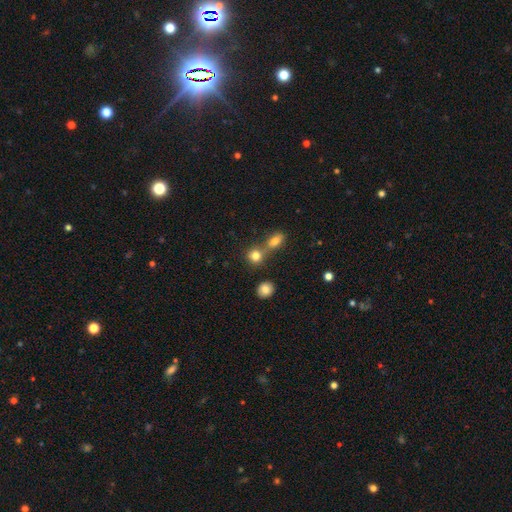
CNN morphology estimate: Overall: smooth (79%). How rounded: round (78%). Merging: none (50%; merger 38%).